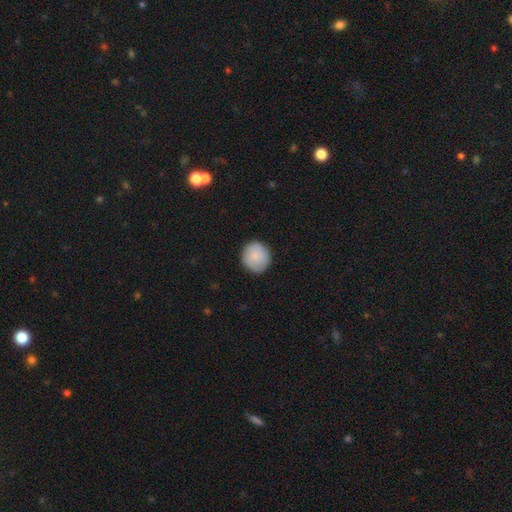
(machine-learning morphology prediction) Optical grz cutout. It shows a smooth galaxy with no disk features (84%) that is round (91%). Merging: none (87%).